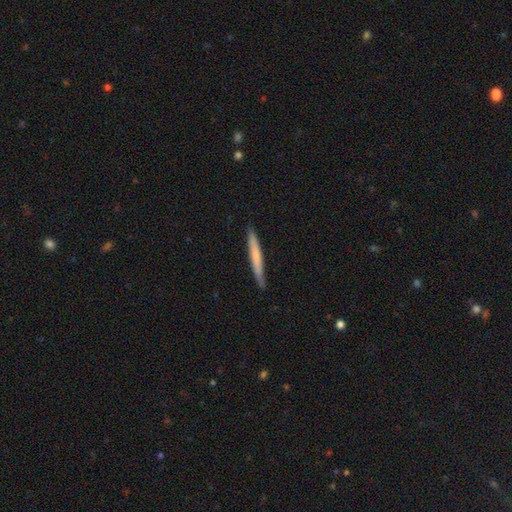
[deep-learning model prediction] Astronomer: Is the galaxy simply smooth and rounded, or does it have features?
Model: smooth — 62%.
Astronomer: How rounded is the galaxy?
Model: cigar-shaped — 97%.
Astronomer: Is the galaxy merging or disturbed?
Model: none — 89%.